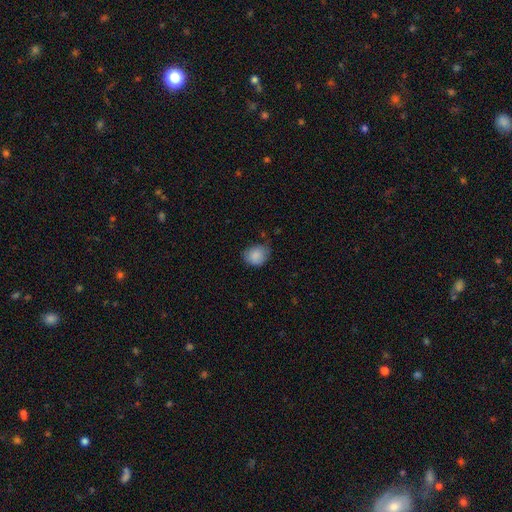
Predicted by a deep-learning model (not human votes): The model was most divided on "how rounded": round: 55%, in between: 44%, cigar-shaped: 1%. More confident: smooth or featured — smooth (85%); merging — none (60%).